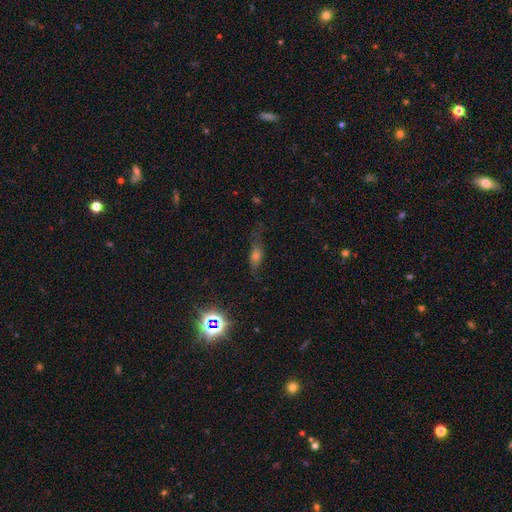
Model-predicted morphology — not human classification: Smooth or featured: smooth — 41% (featured or disk — 33%)
Merging: none — 62% (minor disturbance — 23%)